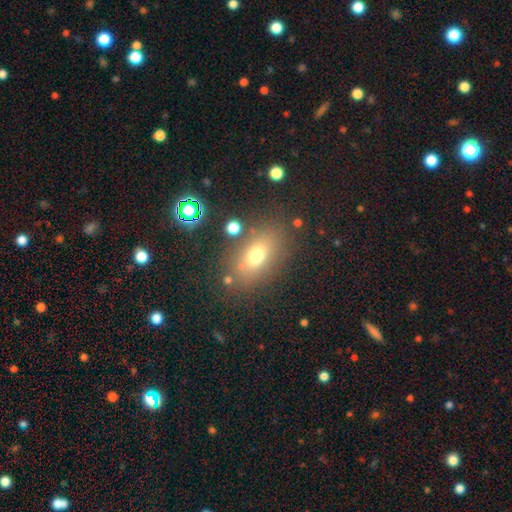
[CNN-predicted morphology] This is likely a smooth galaxy (69%). How rounded: likely in between (76%). Merging: likely none (77%).